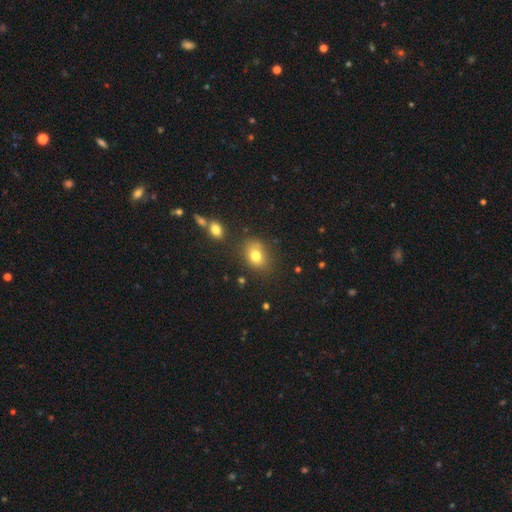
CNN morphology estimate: This appears to be a smooth galaxy with no disk features (79%) that is in between round and cigar-shaped (62%). Merging: none (75%).